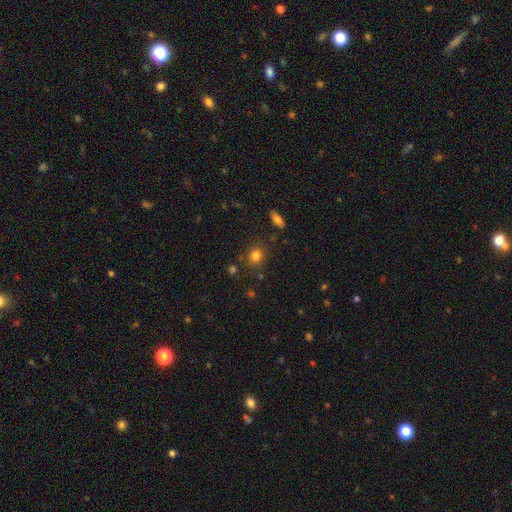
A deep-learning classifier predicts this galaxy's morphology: smooth_or_featured: smooth (p=0.80) [alt: star or artifact p=0.13]
how_rounded: round (p=0.74) [alt: in between p=0.25]
merging: none (p=0.80) [alt: minor disturbance p=0.12]